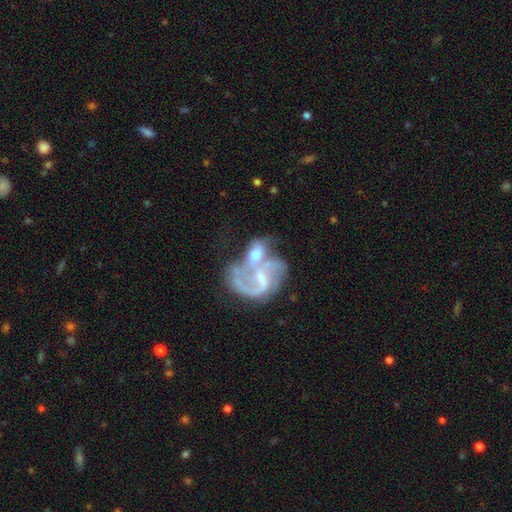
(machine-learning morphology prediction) Smooth or featured? featured or disk (70%)
Edge-on disk? no (97%)
Bar? no (47%)
Spiral arms? yes (73%)
Bulge size? moderate (36%, tied with small)
Merging? merger (61%)